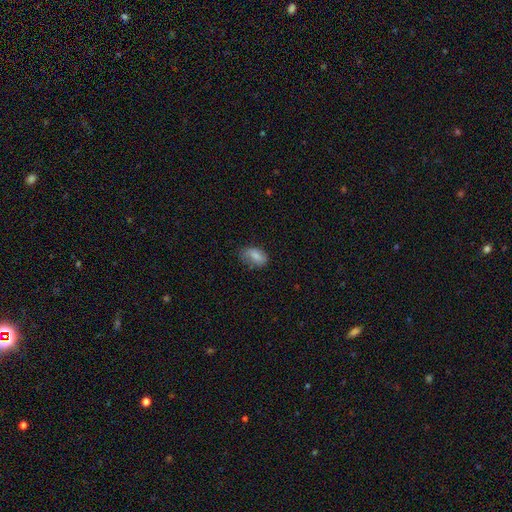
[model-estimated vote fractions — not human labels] smooth-or-featured: smooth: 81% | featured or disk: 11% | star or artifact: 8%
  how-rounded: in between: 91% | round: 7% | cigar-shaped: 2%
  merging: none: 59% | minor disturbance: 31% | major disturbance: 8% | merger: 2%